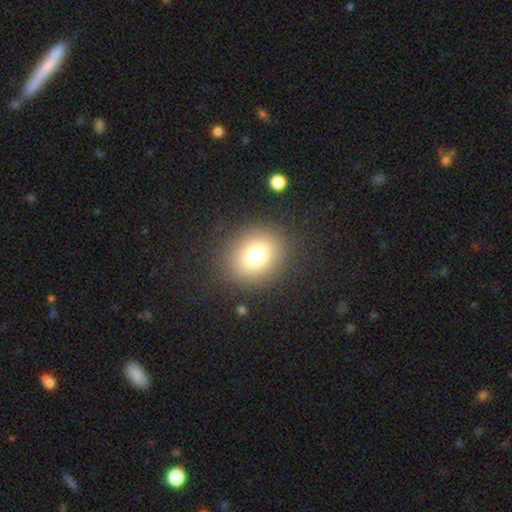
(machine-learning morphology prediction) smooth_or_featured: smooth (p=0.73) [alt: star or artifact p=0.15]
how_rounded: round (p=0.72) [alt: in between p=0.27]
merging: none (p=0.86) [alt: minor disturbance p=0.08]